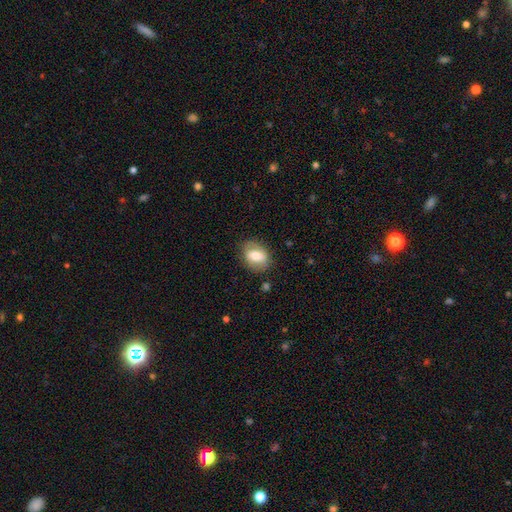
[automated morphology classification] A smooth galaxy with no disk features (60%) that is in between round and cigar-shaped (72%).

Vote fractions:
- Smooth or featured? smooth: 60% / featured or disk: 33% / star or artifact: 7%
- How rounded? in between: 72% / round: 27% / cigar-shaped: 2%
- Merging? none: 80% / minor disturbance: 14% / major disturbance: 4% / merger: 1%